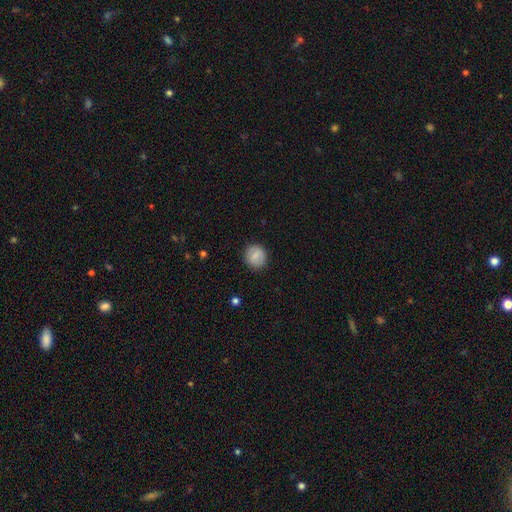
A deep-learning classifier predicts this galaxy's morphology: Q: Smooth or featured?
A: smooth (80%); runner-up: featured or disk (13%)
Q: How rounded?
A: round (85%); runner-up: in between (14%)
Q: Merging?
A: none (88%); runner-up: minor disturbance (8%)